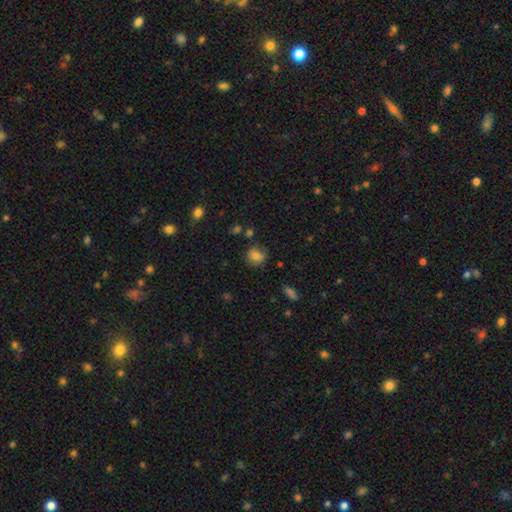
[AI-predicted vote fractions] smooth-or-featured: smooth: 80% | star or artifact: 11% | featured or disk: 9%
  how-rounded: round: 60% | in between: 38% | cigar-shaped: 1%
  merging: none: 71% | minor disturbance: 19% | major disturbance: 6% | merger: 3%